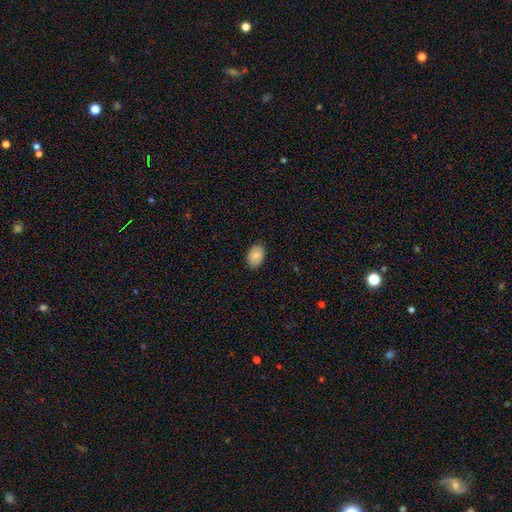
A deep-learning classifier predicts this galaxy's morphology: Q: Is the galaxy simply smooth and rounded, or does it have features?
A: smooth — 81%.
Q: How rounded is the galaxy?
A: in between — 81%.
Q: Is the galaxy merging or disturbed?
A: none — 86%.